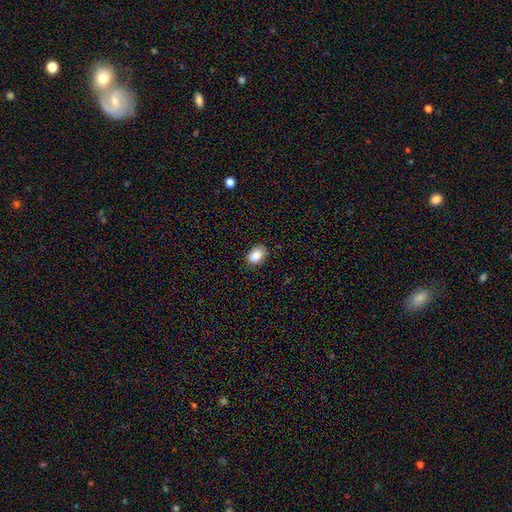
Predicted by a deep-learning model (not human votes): The model was most divided on "merging": none: 84%, minor disturbance: 13%, major disturbance: 3%, merger: 1%. More confident: smooth or featured — smooth (88%); how rounded — in between (85%).